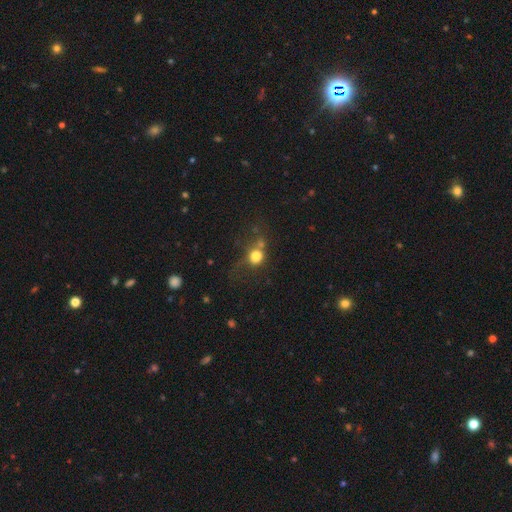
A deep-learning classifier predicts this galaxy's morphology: Smooth or featured? smooth (74%)
How rounded? round (77%)
Merging? none (41%)